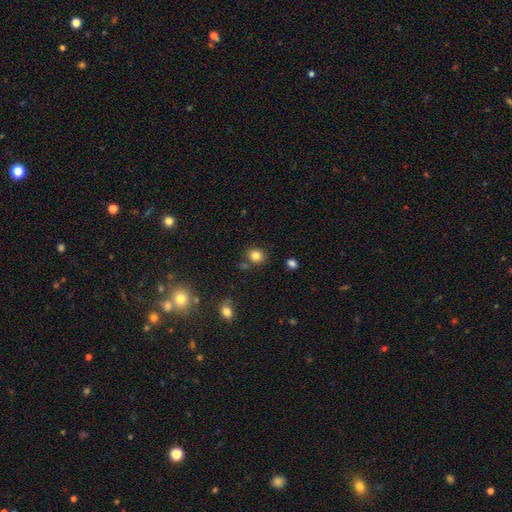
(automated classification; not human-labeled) Q: Smooth or featured?
A: smooth (83%); runner-up: star or artifact (12%)
Q: How rounded?
A: round (75%); runner-up: in between (24%)
Q: Merging?
A: none (80%); runner-up: minor disturbance (11%)